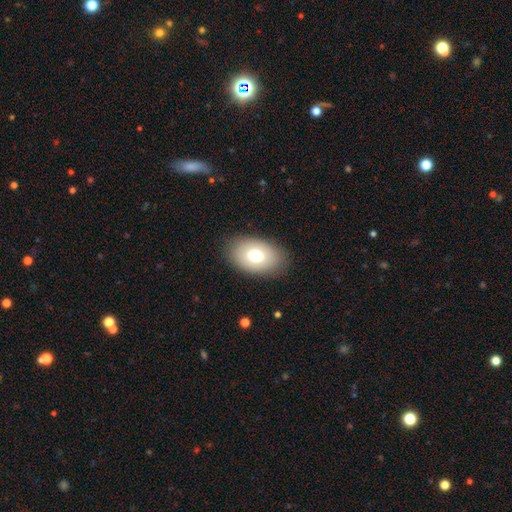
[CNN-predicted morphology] smooth 70%, featured or disk 21%, star or artifact 9%. Down the decision tree: how rounded — in between (87%); merging — none (85%).